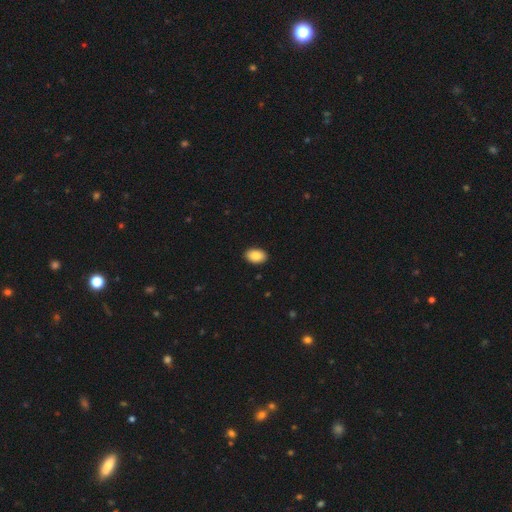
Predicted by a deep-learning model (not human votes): Overall: smooth (89%). How rounded: in between (89%). Merging: none (91%).